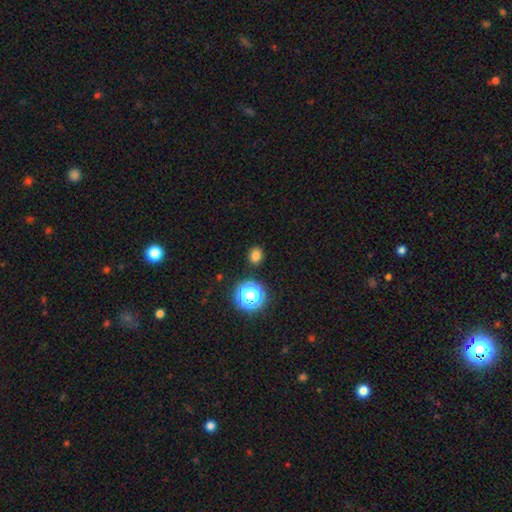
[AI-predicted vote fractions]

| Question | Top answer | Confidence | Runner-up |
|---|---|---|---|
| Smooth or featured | smooth | 76% | star or artifact (20%) |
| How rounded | round | 70% | in between (29%) |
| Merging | none | 87% | minor disturbance (8%) |